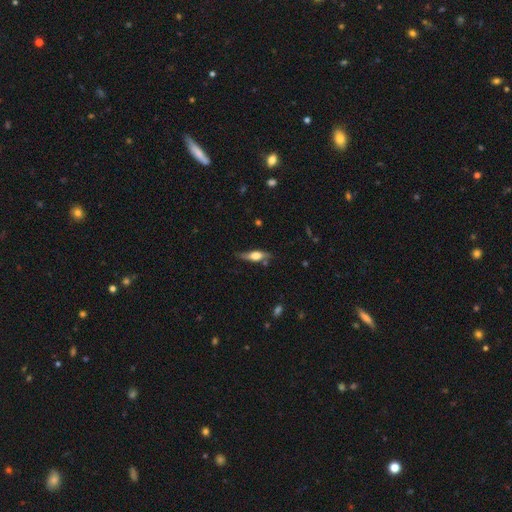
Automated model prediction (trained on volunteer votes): smooth_or_featured: featured or disk (p=0.49) [alt: smooth p=0.45]
merging: none (p=0.68) [alt: minor disturbance p=0.23]